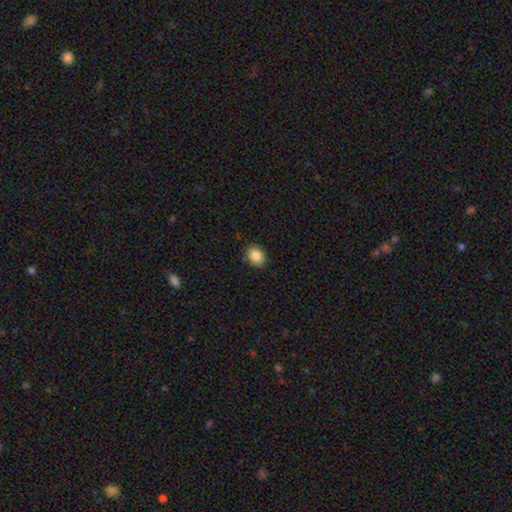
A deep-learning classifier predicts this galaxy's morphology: Smooth or featured?
  - smooth: 86% *
  - star or artifact: 9%
  - featured or disk: 6%
How rounded?
  - in between: 54% *
  - round: 45%
  - cigar-shaped: 1%
Merging?
  - none: 86% *
  - minor disturbance: 10%
  - major disturbance: 2%
  - merger: 1%